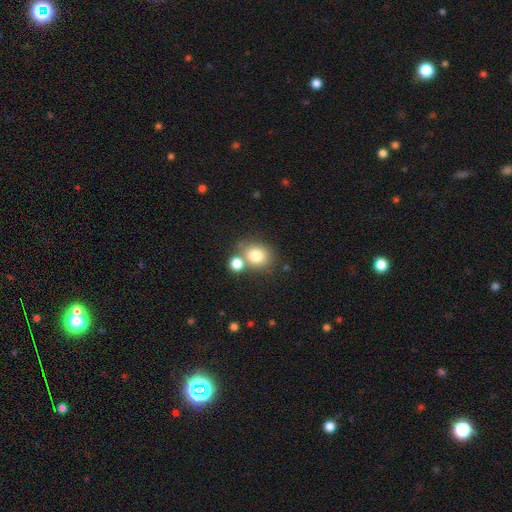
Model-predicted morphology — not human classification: This appears to be a smooth galaxy with no disk features (79%) that is round (63%). Merging: none (56%).